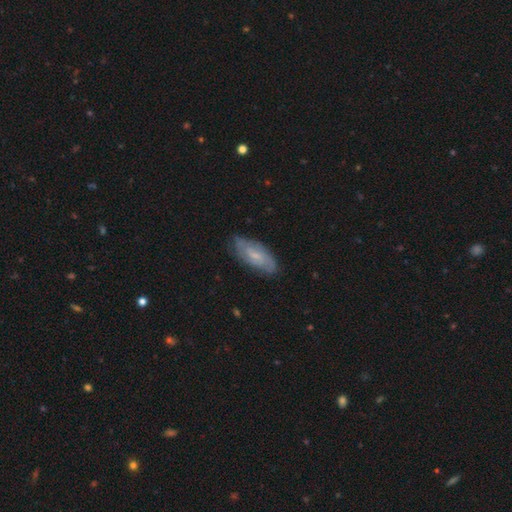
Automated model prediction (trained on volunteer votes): The model was most divided on "bar": weak: 46%, no: 45%, strong: 9%. More confident: edge-on disk — no (89%); spiral arms — yes (86%); merging — none (76%); smooth or featured — featured or disk (60%); bulge size — small (60%).